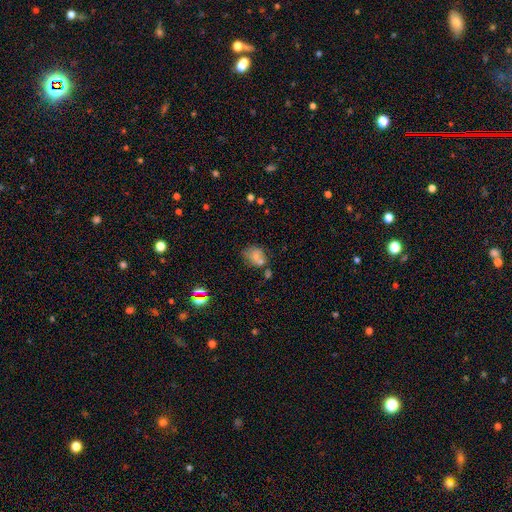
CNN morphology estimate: The model was most divided on "how rounded": round: 51%, in between: 47%, cigar-shaped: 1%. Remaining: smooth or featured — smooth (56%); merging — none (49%).